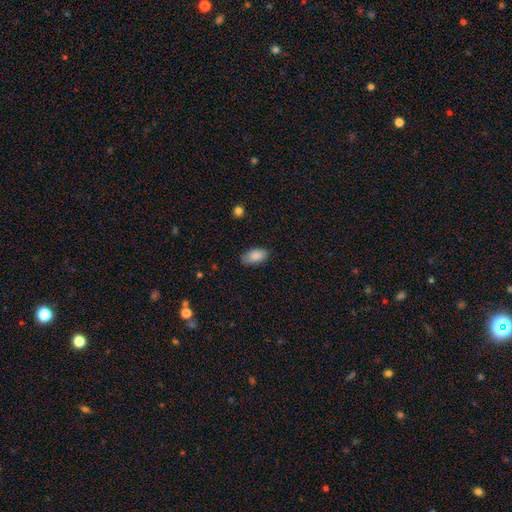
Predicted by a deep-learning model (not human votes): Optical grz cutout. It shows a smooth galaxy with no disk features (87%) that is in between round and cigar-shaped (93%). Merging: none (80%).